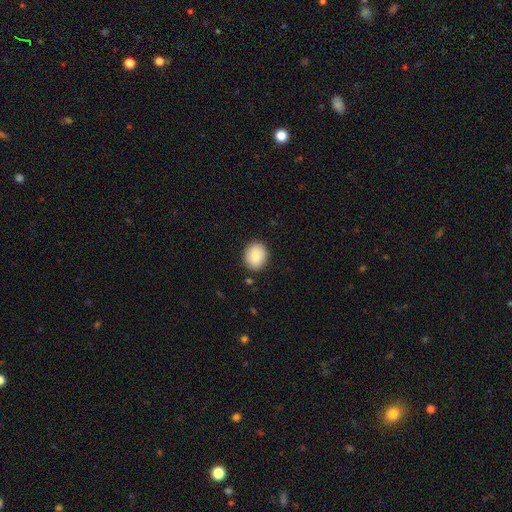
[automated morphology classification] Q: Smooth or featured?
A: smooth (85%); runner-up: featured or disk (8%)
Q: How rounded?
A: round (71%); runner-up: in between (28%)
Q: Merging?
A: none (87%); runner-up: minor disturbance (9%)